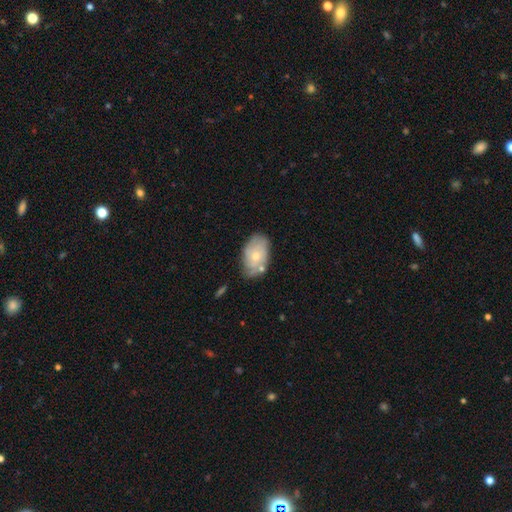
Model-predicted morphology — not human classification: Smooth or featured: smooth — 52% (featured or disk — 42%)
How rounded: in between — 88% (round — 11%)
Merging: none — 58% (minor disturbance — 27%)